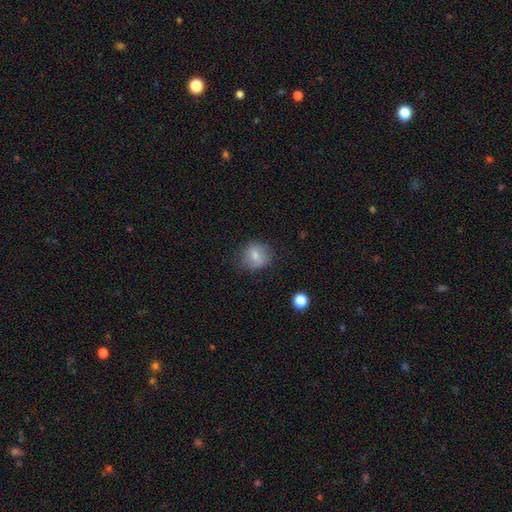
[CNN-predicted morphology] A smooth galaxy with no disk features (75%) that is round (78%). Merging: none (75%).